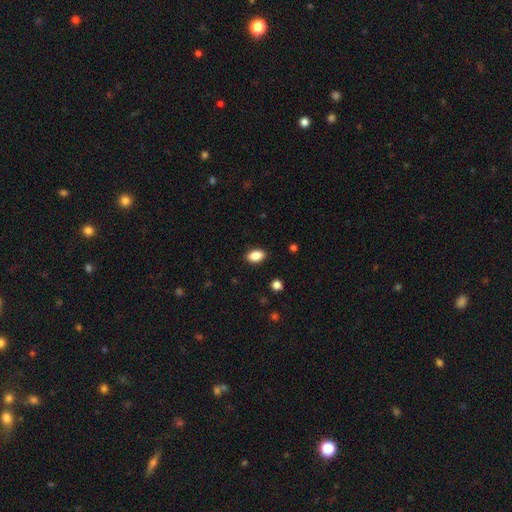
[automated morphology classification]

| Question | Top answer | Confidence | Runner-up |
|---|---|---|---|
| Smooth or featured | smooth | 88% | star or artifact (8%) |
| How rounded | in between | 90% | round (8%) |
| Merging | none | 89% | minor disturbance (8%) |